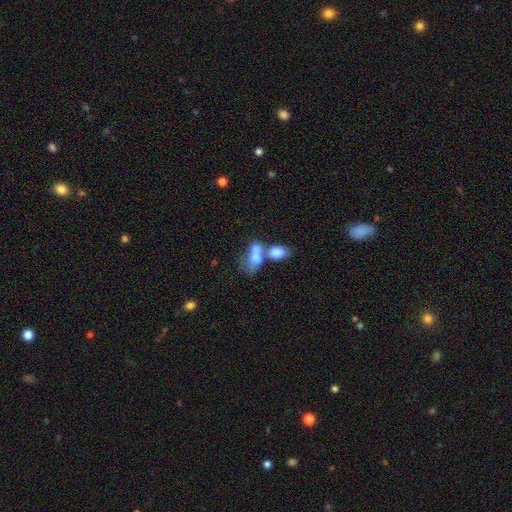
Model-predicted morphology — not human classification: This appears to be a smooth galaxy with no disk features (68%) that is in between round and cigar-shaped (84%). Merging: merger (70%).